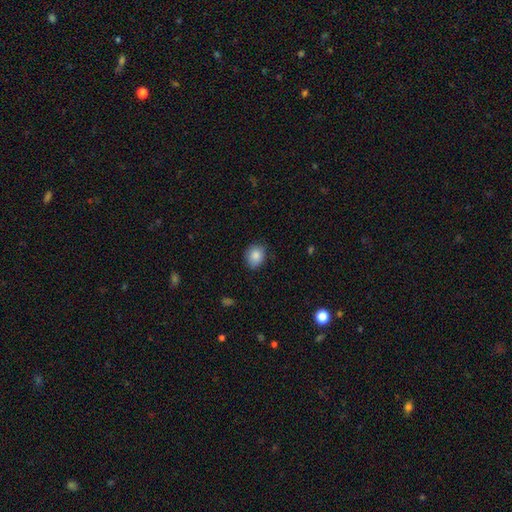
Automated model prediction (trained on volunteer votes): The model was most divided on "how rounded": round: 61%, in between: 38%, cigar-shaped: 1%. More confident: smooth or featured — smooth (86%); merging — none (81%).